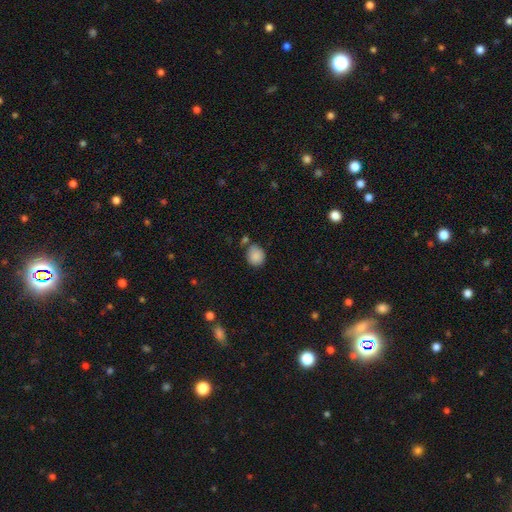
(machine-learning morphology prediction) The model was most divided on "how rounded": round: 75%, in between: 24%, cigar-shaped: 1%. More confident: smooth or featured — smooth (87%); merging — none (67%).